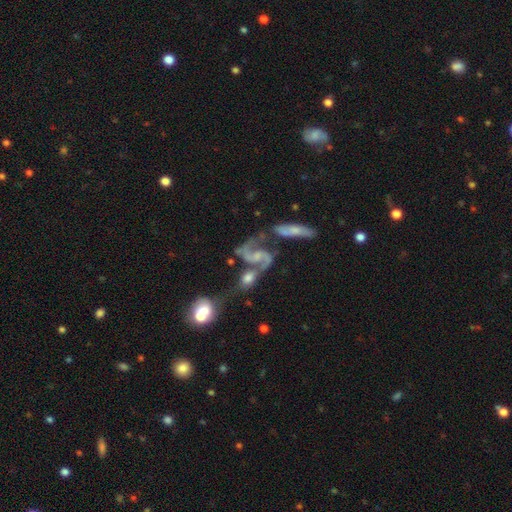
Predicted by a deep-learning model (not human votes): featured or disk 87%, smooth 7%, star or artifact 6%. Down the decision tree: edge-on disk — no (96%); bar — no (49%); spiral arms — yes (95%); spiral arm count — 2 (92%); spiral winding — loose (50%); bulge size — small (43%); merging — merger (37%).